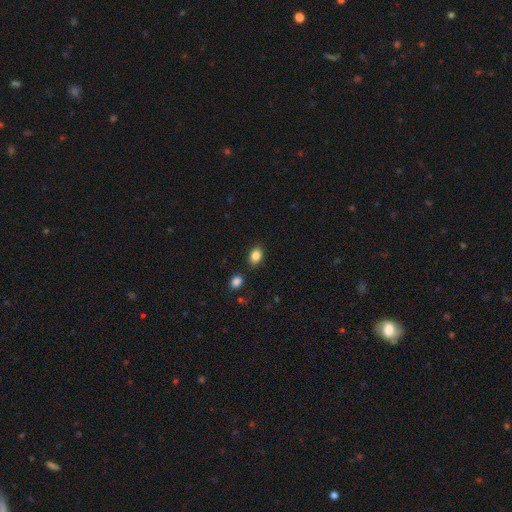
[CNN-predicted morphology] The model was most divided on "how rounded": in between: 76%, round: 23%, cigar-shaped: 1%. More confident: smooth or featured — smooth (85%); merging — none (84%).